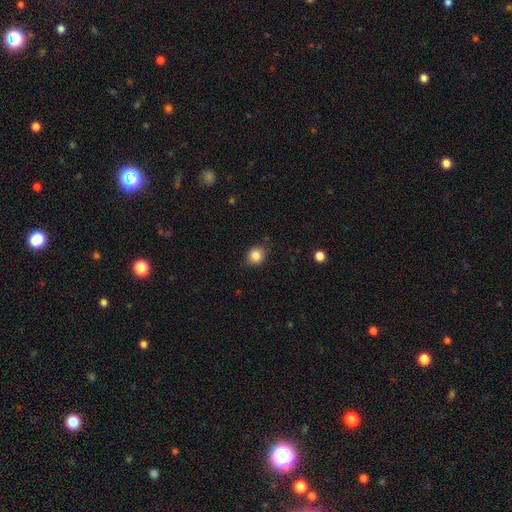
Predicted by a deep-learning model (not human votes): Overall: smooth (84%). How rounded: round (71%). Merging: none (85%).